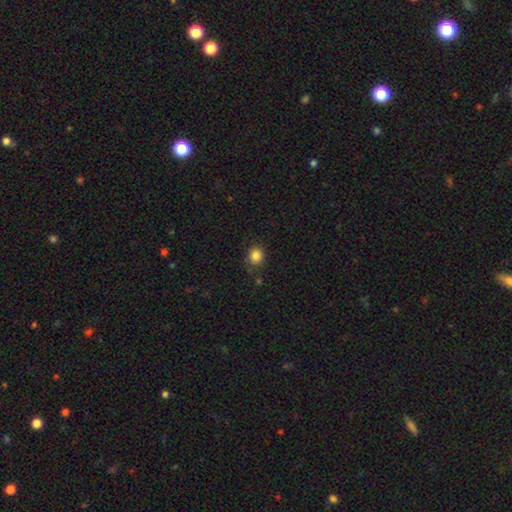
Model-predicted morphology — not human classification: smooth 85%, star or artifact 11%, featured or disk 4%. Down the decision tree: how rounded — round (73%); merging — none (81%).